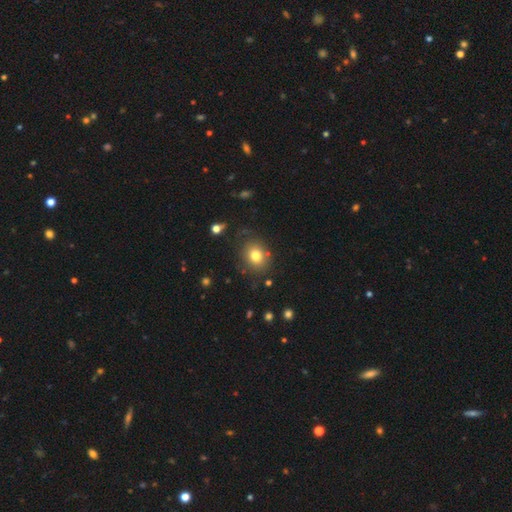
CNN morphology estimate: smooth-or-featured: smooth: 79% | star or artifact: 12% | featured or disk: 10%
  how-rounded: round: 61% | in between: 38% | cigar-shaped: 1%
  merging: none: 80% | minor disturbance: 12% | major disturbance: 4% | merger: 3%